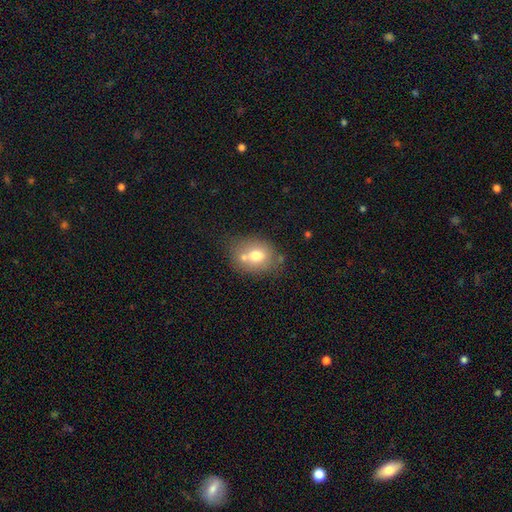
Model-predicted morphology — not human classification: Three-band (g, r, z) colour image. It shows a smooth galaxy with no disk features (68%) that is in between round and cigar-shaped (53%). Merging: none (52%).